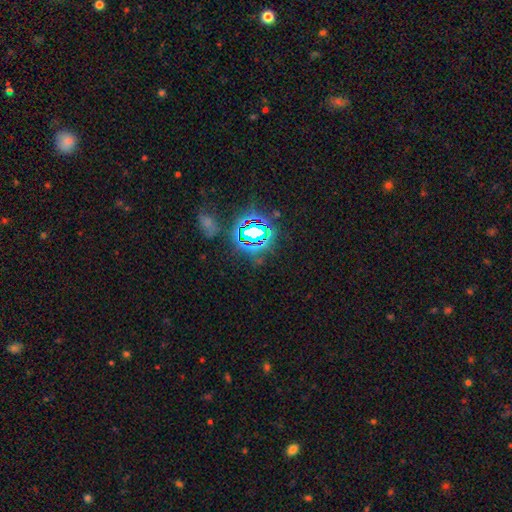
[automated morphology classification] A star or artifact, not a galaxy (78%).